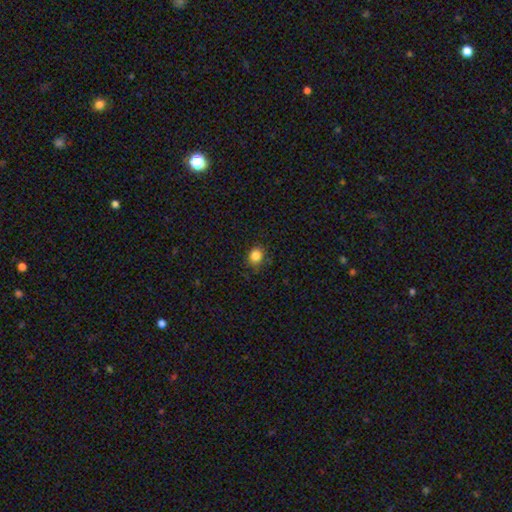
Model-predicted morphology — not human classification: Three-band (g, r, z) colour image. It shows a smooth galaxy with no disk features (85%) that is round (66%). Merging: none (84%).